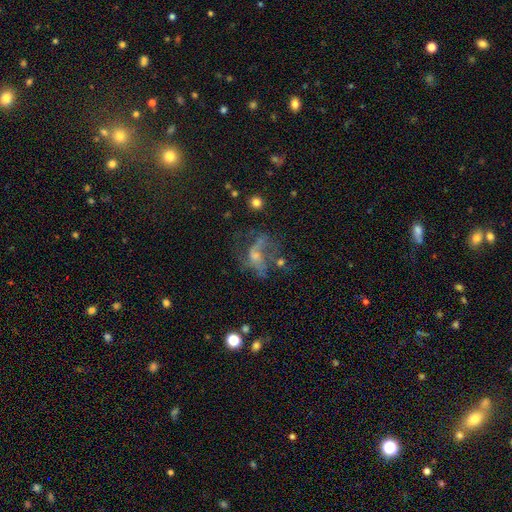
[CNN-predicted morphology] This is possibly a featured or disk galaxy (59%). It is clearly not viewed edge-on (95%). Bar: likely no (67%). Spiral arm pattern: possibly yes (58%). Central bulge: possibly small (46%). Merging: marginally none (38%).